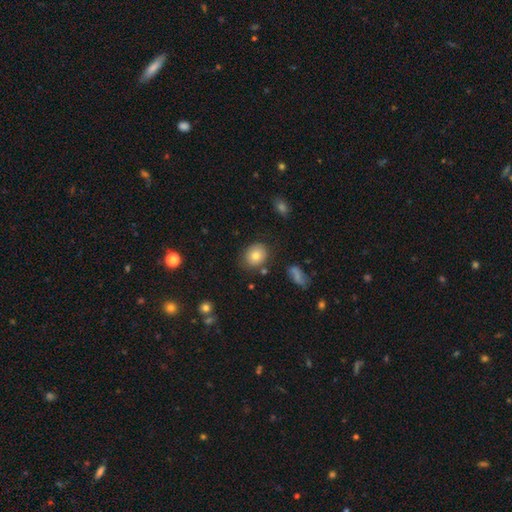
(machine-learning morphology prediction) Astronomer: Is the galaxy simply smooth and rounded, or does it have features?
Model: smooth — 78%.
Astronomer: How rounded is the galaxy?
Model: round — 60% (runner-up: in between, 39%).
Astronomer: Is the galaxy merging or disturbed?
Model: none — 80%.